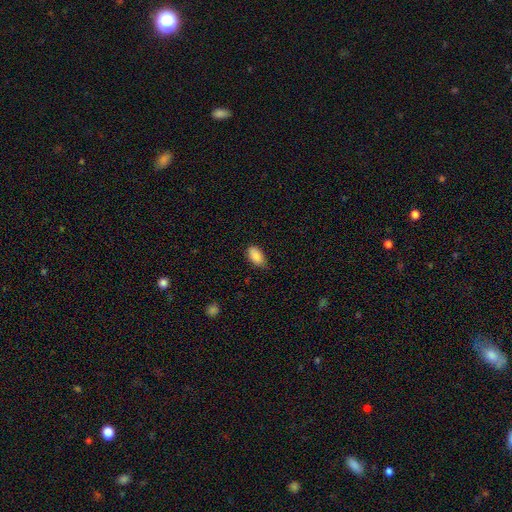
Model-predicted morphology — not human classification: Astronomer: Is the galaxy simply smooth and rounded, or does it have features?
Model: smooth — 88%.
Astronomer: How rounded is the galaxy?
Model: in between — 93%.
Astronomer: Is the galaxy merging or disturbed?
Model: none — 77%.